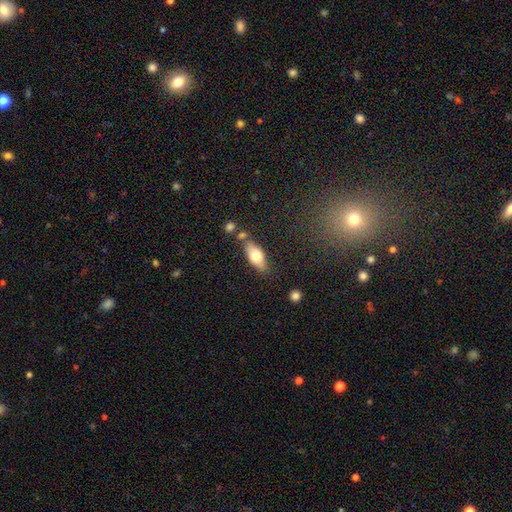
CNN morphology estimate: This is likely a smooth galaxy (70%). How rounded: likely in between (79%). Merging: likely none (73%).